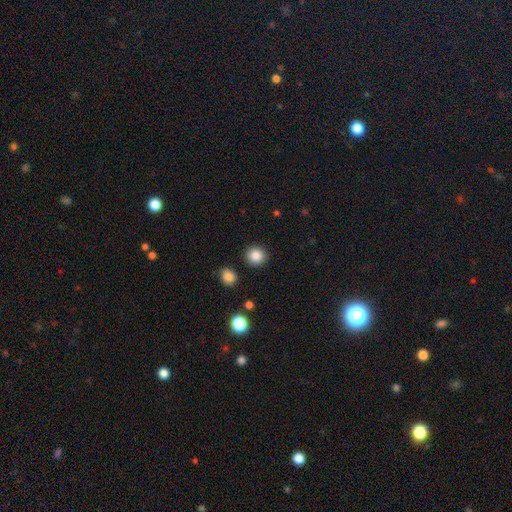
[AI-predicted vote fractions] A smooth galaxy with no disk features (87%) that is round (91%). Merging: none (90%).